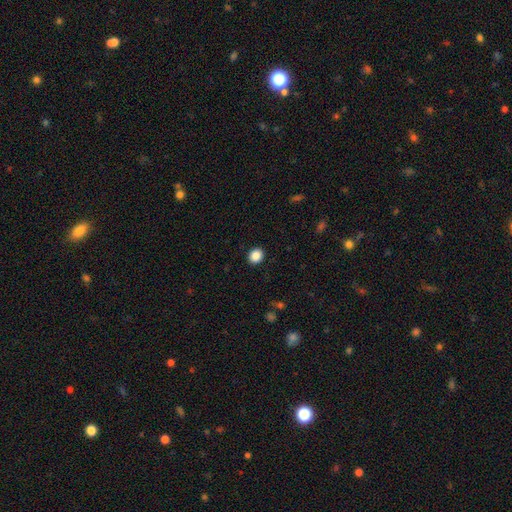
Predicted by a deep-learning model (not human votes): Q: Smooth or featured?
A: smooth (87%); runner-up: star or artifact (9%)
Q: How rounded?
A: round (68%); runner-up: in between (31%)
Q: Merging?
A: none (92%); runner-up: minor disturbance (6%)